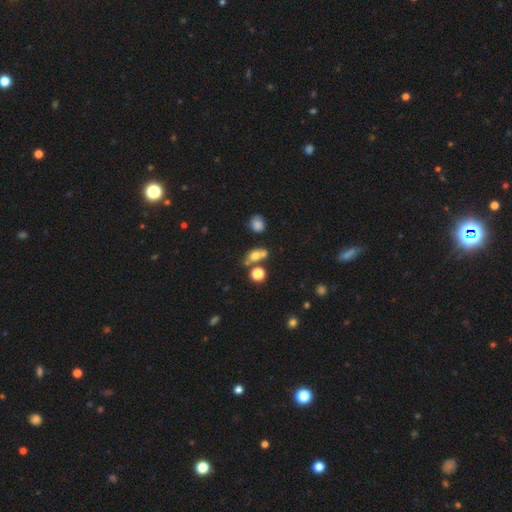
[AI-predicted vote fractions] Overall: smooth (67%). How rounded: round (55%; in between 42%). Merging: none (43%; merger 38%).